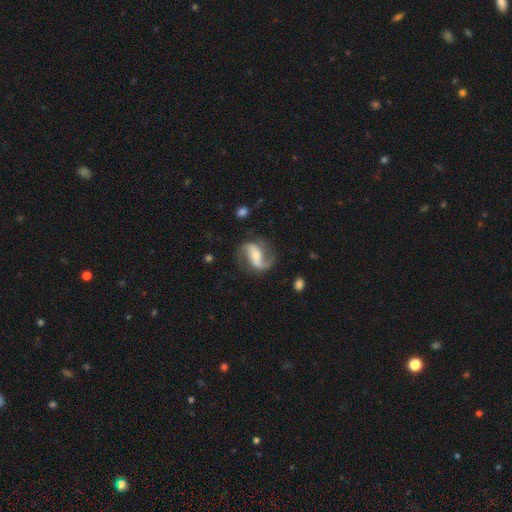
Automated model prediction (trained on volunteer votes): Morphology: type=featured or disk (87%); edge-on=no (97%); bar=strong (35%); spiral arms=yes (96%); winding=loose (59%); arm count=2 (90%); bulge=small (49%); merging=none (74%).